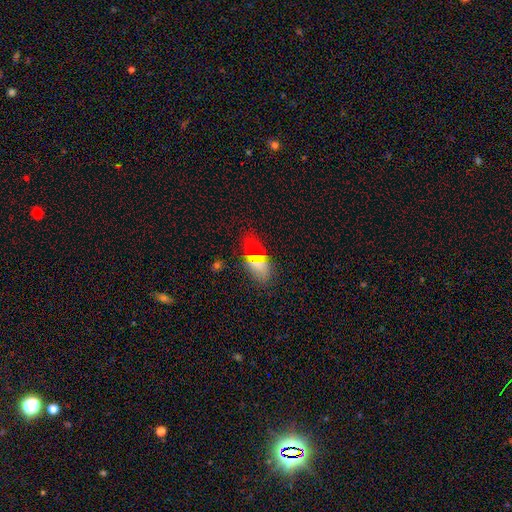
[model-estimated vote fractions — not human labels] Morphology: type=smooth (69%); roundness=in between (88%); merging=none (82%).